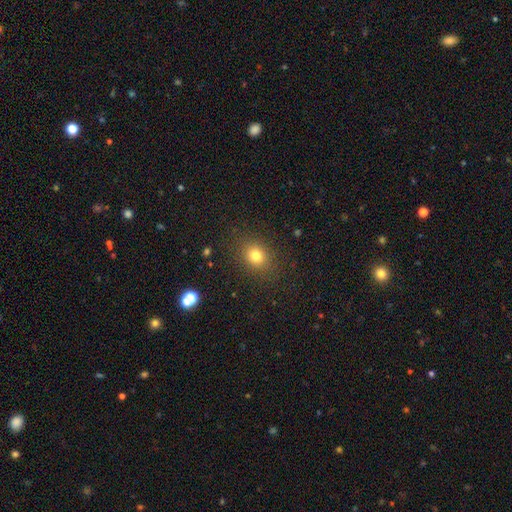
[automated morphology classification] Smooth or featured? Predicted: smooth (p=0.78). How rounded? Predicted: round (p=0.60). Merging? Predicted: none (p=0.85).